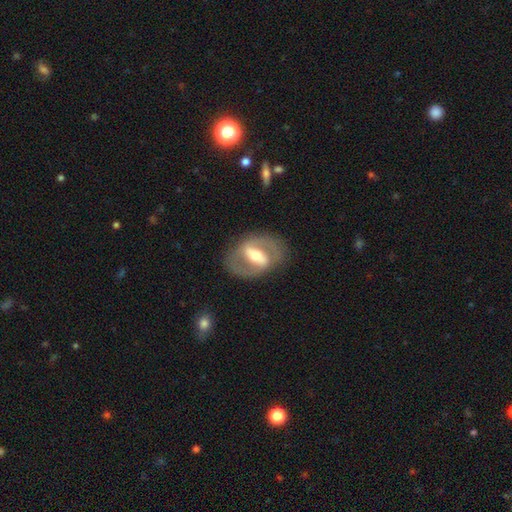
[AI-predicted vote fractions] smooth_or_featured: featured or disk (p=0.81) [alt: smooth p=0.14]
disk_edge_on: no (p=0.94) [alt: yes p=0.06]
bar: strong (p=0.61) [alt: weak p=0.28]
has_spiral_arms: yes (p=0.76) [alt: no p=0.24]
spiral_winding: medium (p=0.51) [alt: tight p=0.29]
spiral_arm_count: 2 (p=0.88) [alt: can't tell p=0.07]
bulge_size: moderate (p=0.64) [alt: small p=0.23]
merging: none (p=0.81) [alt: minor disturbance p=0.11]